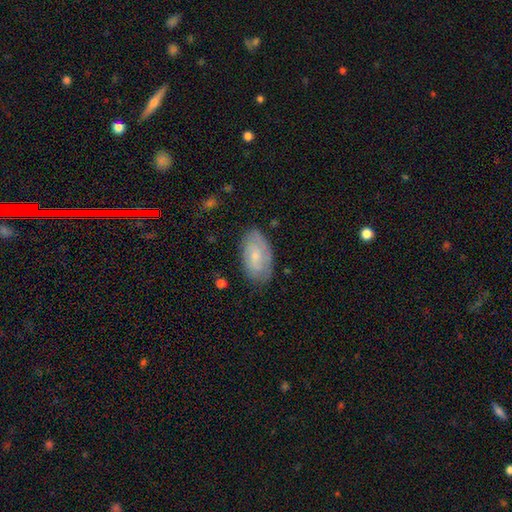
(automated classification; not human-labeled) smooth-or-featured: featured or disk: 52% | smooth: 42% | star or artifact: 7%
  disk-edge-on: no: 94% | yes: 6%
  merging: none: 75% | minor disturbance: 19% | major disturbance: 4% | merger: 1%